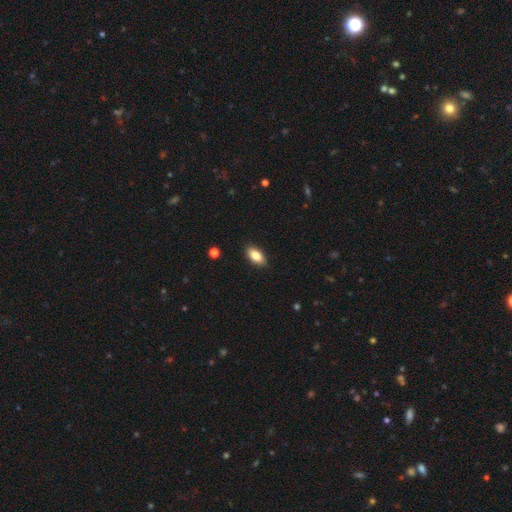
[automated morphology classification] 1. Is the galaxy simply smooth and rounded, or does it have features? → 83% smooth, 10% featured or disk, 7% star or artifact.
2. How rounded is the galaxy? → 91% in between, 5% cigar-shaped, 3% round.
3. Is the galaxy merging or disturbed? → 89% none, 8% minor disturbance, 2% major disturbance, 1% merger.